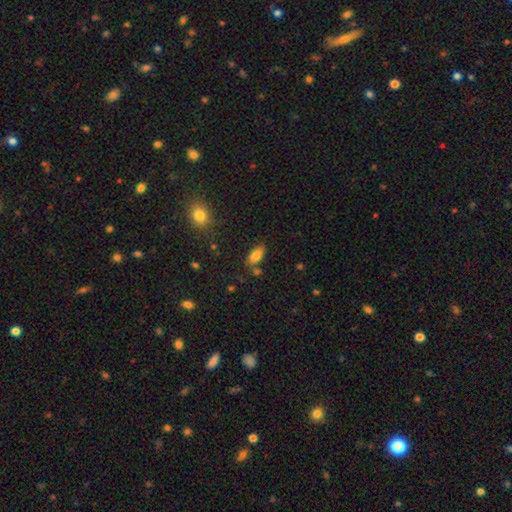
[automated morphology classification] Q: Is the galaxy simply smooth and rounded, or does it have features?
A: smooth — 80%.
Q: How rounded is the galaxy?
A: in between — 91%.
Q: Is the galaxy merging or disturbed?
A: none — 72%.